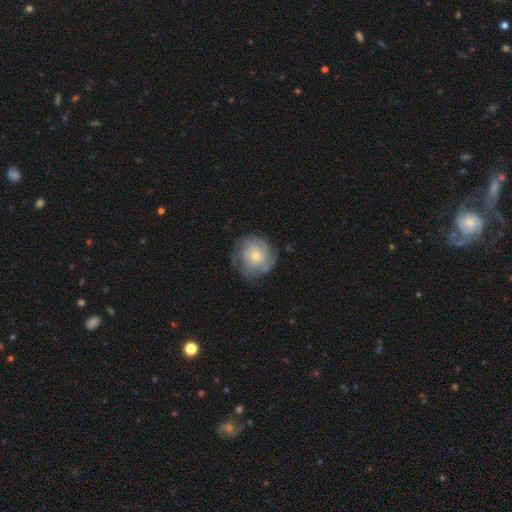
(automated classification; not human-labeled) Smooth or featured: featured or disk — 66% (smooth — 27%)
Edge-on disk: no — 97% (yes — 3%)
Bar: no — 83% (weak — 15%)
Spiral arms: yes — 84% (no — 16%)
Spiral winding: tight — 66% (medium — 25%)
Spiral arm count: can't tell — 50% (3 — 15%)
Bulge size: small — 61% (moderate — 34%)
Merging: none — 68% (minor disturbance — 20%)